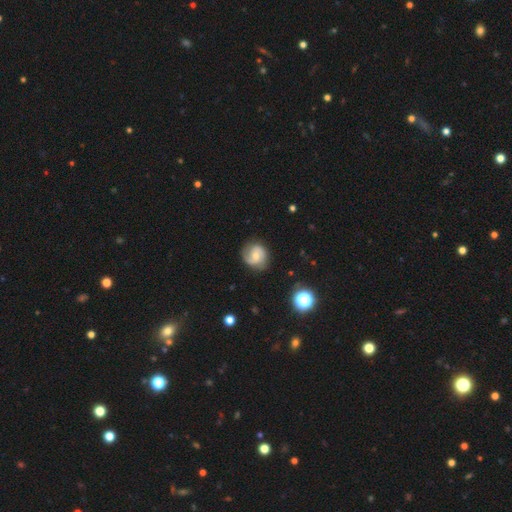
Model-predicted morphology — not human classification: smooth_or_featured: featured or disk (p=0.64) [alt: smooth p=0.27]
disk_edge_on: no (p=0.98) [alt: yes p=0.02]
bar: no (p=0.51) [alt: weak p=0.40]
has_spiral_arms: yes (p=0.90) [alt: no p=0.10]
spiral_winding: medium (p=0.45) [alt: tight p=0.33]
spiral_arm_count: 2 (p=0.79) [alt: can't tell p=0.10]
bulge_size: moderate (p=0.49) [alt: small p=0.45]
merging: none (p=0.79) [alt: minor disturbance p=0.15]